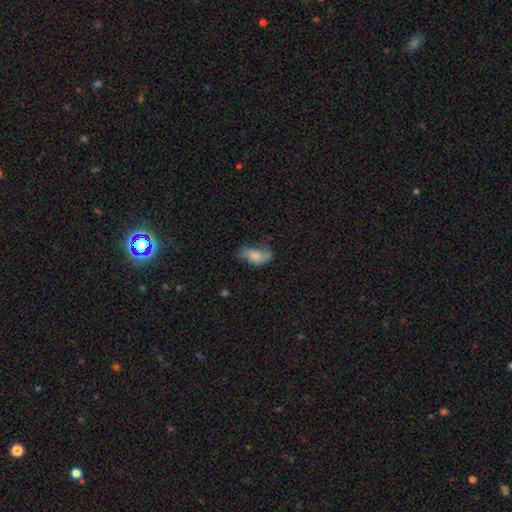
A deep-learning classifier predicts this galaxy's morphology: This is possibly a smooth galaxy (60%). How rounded: clearly in between (90%). Merging: possibly none (47%).